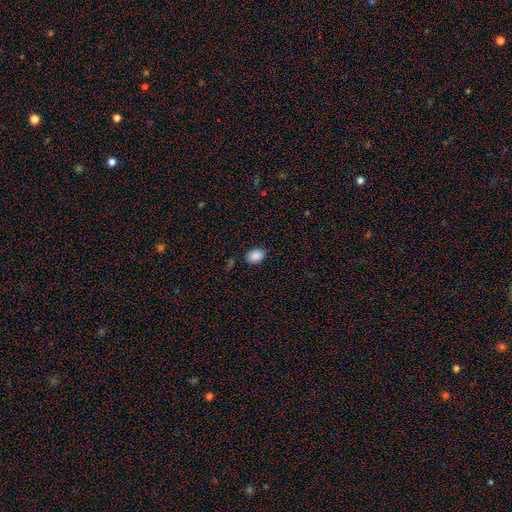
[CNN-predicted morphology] type=smooth (88%); roundness=in between (77%); merging=none (85%).